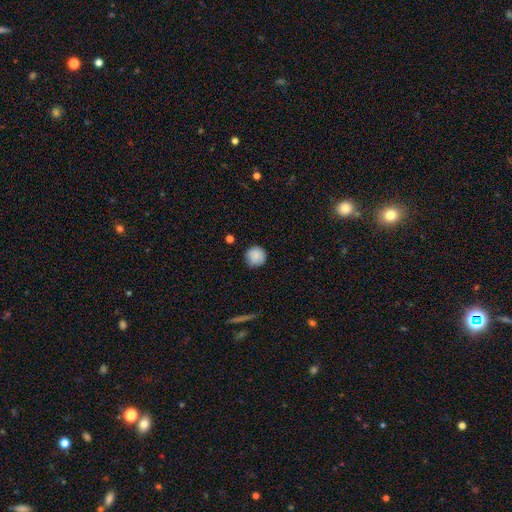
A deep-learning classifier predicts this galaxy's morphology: smooth 88%, star or artifact 8%, featured or disk 4%. Down the decision tree: how rounded — round (95%); merging — none (88%).